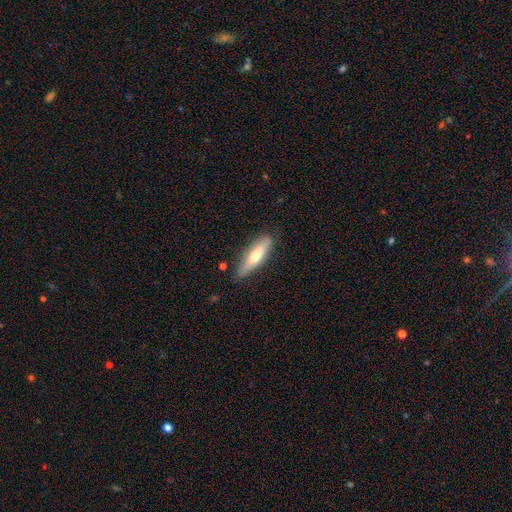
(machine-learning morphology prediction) A smooth galaxy with no disk features (55%) that is cigar-shaped (70%). Merging: none (81%).